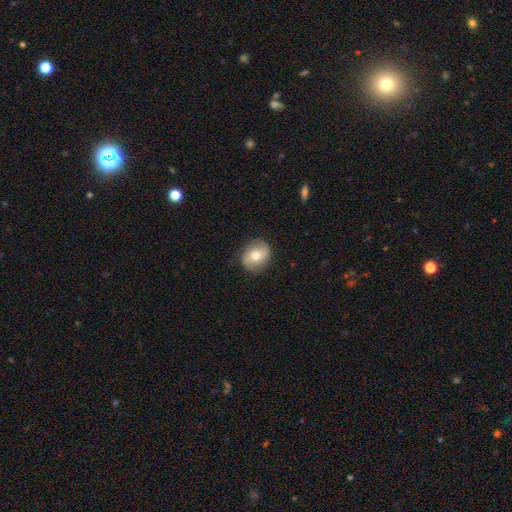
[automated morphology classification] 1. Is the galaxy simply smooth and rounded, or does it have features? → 56% smooth, 36% featured or disk, 8% star or artifact.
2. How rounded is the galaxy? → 70% round, 29% in between, 1% cigar-shaped.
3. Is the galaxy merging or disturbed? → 85% none, 11% minor disturbance, 3% major disturbance, 1% merger.